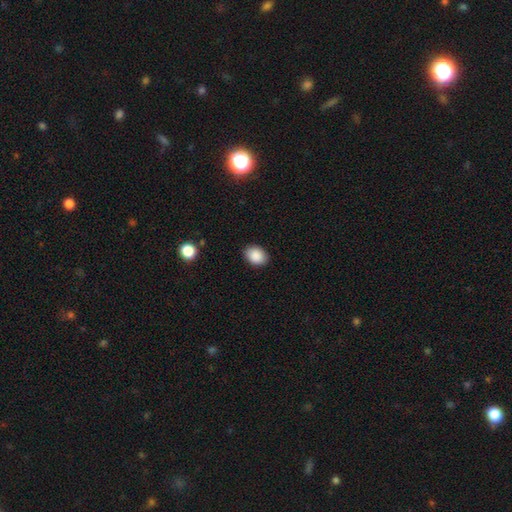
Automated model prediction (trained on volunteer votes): Smooth or featured?
  - smooth: 89% *
  - star or artifact: 8%
  - featured or disk: 3%
How rounded?
  - in between: 72% *
  - round: 27%
  - cigar-shaped: 1%
Merging?
  - none: 88% *
  - minor disturbance: 8%
  - major disturbance: 2%
  - merger: 1%